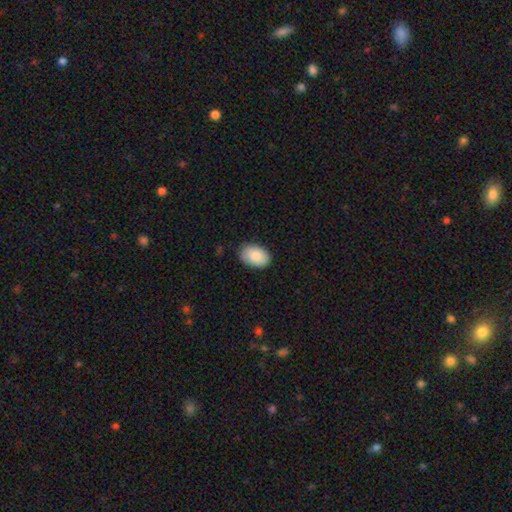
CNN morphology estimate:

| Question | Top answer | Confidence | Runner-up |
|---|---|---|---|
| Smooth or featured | smooth | 86% | featured or disk (7%) |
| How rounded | in between | 87% | round (12%) |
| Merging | none | 84% | minor disturbance (13%) |